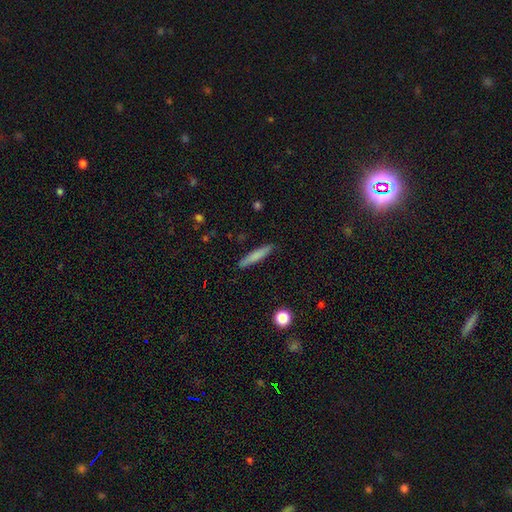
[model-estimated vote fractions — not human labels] A smooth galaxy with no disk features (74%) that is cigar-shaped (92%).

Vote fractions:
- Smooth or featured? smooth: 74% / featured or disk: 19% / star or artifact: 6%
- How rounded? cigar-shaped: 92% / in between: 7% / round: 2%
- Merging? none: 89% / minor disturbance: 8% / major disturbance: 2% / merger: 1%